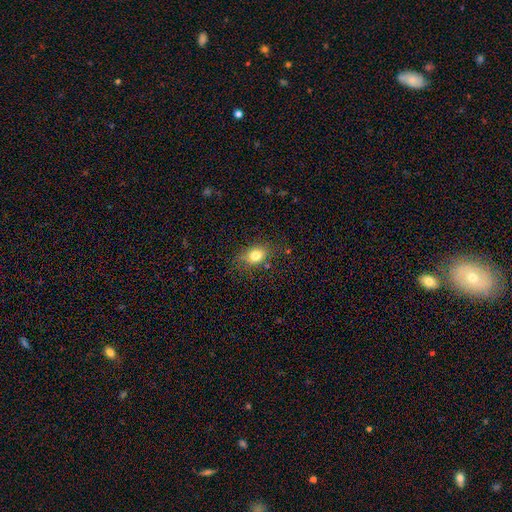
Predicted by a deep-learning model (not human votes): Smooth or featured: smooth — 79% (star or artifact — 11%)
How rounded: in between — 64% (round — 34%)
Merging: none — 75% (minor disturbance — 18%)